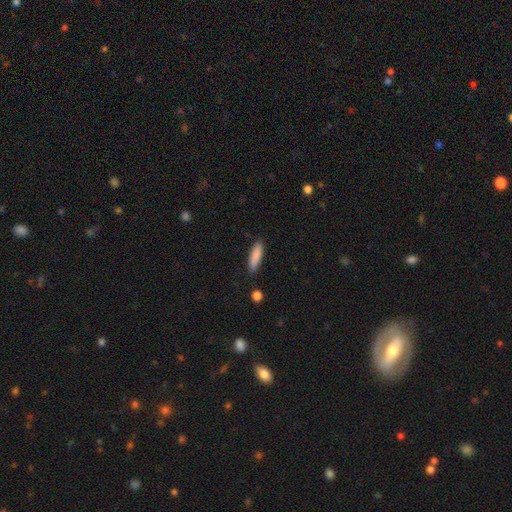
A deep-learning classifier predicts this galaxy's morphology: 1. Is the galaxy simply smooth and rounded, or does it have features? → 87% smooth, 7% featured or disk, 6% star or artifact.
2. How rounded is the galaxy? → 69% cigar-shaped, 29% in between, 2% round.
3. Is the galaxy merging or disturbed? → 87% none, 9% minor disturbance, 2% major disturbance, 2% merger.